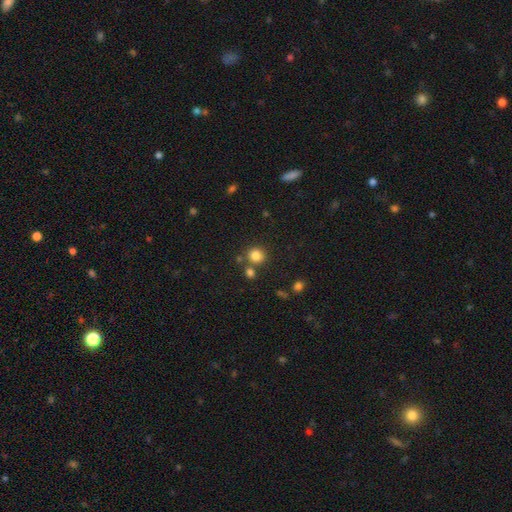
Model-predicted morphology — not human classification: This appears to be a smooth galaxy with no disk features (82%) that is round (88%). Merging: none (74%).